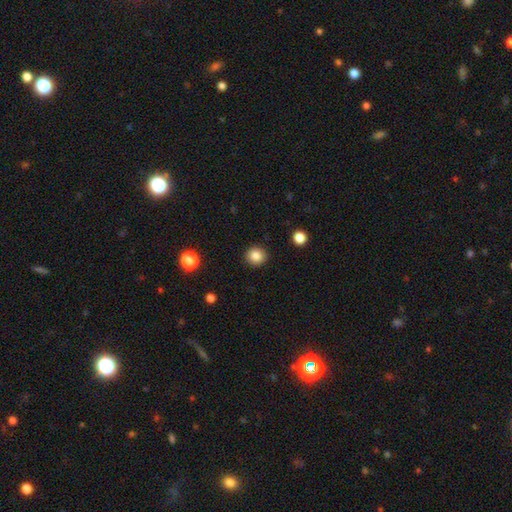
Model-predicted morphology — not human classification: smooth 85%, star or artifact 10%, featured or disk 5%. Down the decision tree: how rounded — round (91%); merging — none (91%).